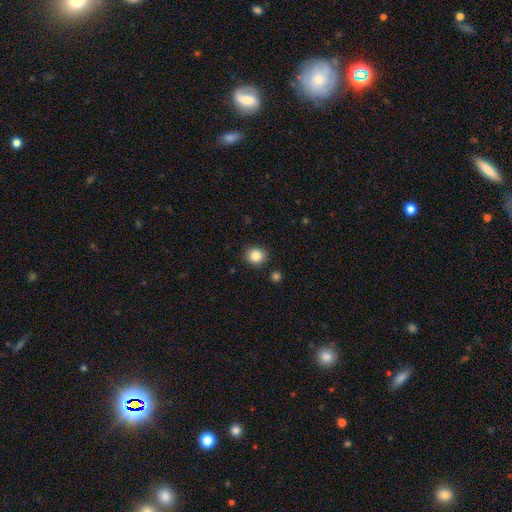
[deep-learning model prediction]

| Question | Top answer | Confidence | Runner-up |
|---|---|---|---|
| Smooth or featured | smooth | 85% | star or artifact (10%) |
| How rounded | round | 86% | in between (13%) |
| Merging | none | 89% | minor disturbance (7%) |